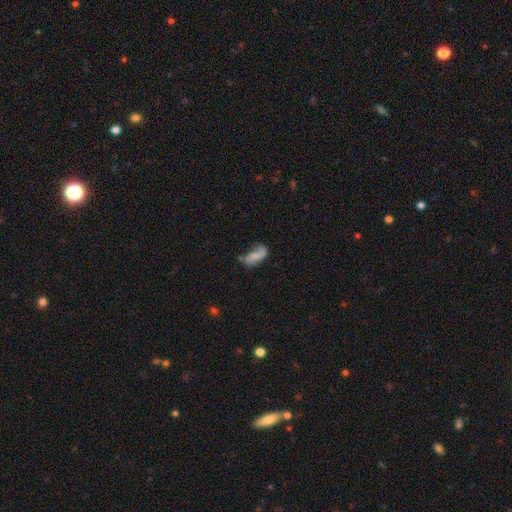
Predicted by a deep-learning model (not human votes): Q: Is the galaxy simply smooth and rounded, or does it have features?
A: featured or disk — 46%.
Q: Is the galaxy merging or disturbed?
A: none — 43%.